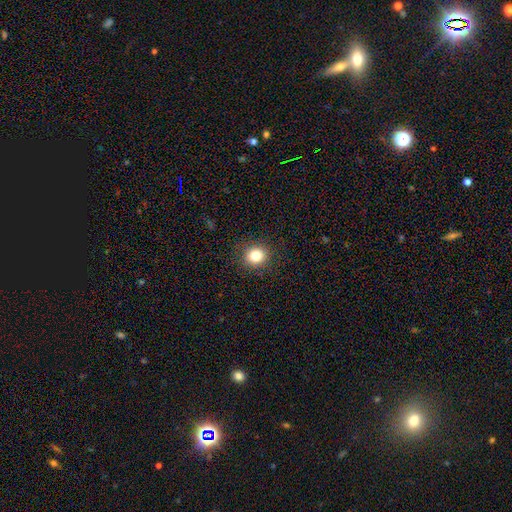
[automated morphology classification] A smooth galaxy with no disk features (82%) that is round (84%).

Vote fractions:
- Smooth or featured? smooth: 82% / star or artifact: 11% / featured or disk: 6%
- How rounded? round: 84% / in between: 15% / cigar-shaped: 1%
- Merging? none: 90% / minor disturbance: 7% / major disturbance: 2% / merger: 1%